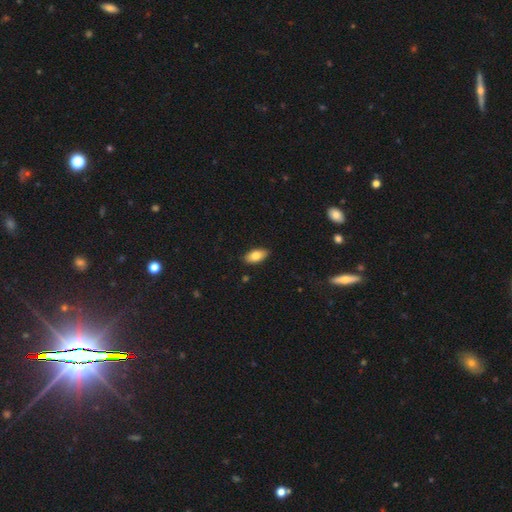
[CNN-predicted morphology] Smooth or featured? Predicted: smooth (p=0.80). How rounded? Predicted: in between (p=0.91). Merging? Predicted: none (p=0.88).